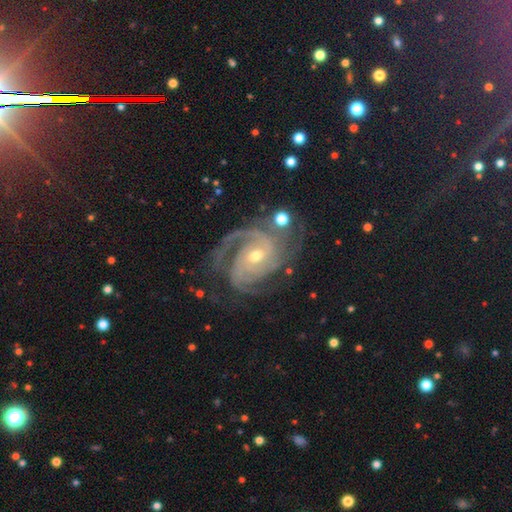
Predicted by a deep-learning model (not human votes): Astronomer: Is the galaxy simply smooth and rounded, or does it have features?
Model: featured or disk — 91%.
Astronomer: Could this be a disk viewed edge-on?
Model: no — 97%.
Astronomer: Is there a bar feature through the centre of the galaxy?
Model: no — 53% (runner-up: weak, 34%).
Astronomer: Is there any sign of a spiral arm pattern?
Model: yes — 98%.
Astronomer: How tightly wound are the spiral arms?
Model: tight — 58% (runner-up: medium, 35%).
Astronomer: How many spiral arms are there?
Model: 3 — 38% (runner-up: 2, 23%).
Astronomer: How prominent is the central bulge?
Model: small — 53% (runner-up: moderate, 43%).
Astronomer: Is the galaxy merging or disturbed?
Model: none — 65%.